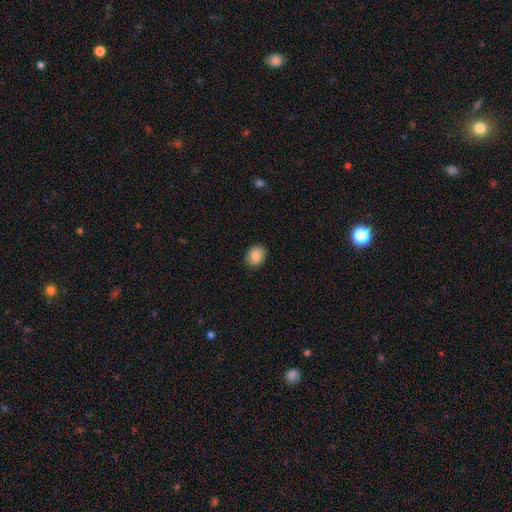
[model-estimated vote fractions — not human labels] smooth_or_featured: smooth (p=0.83) [alt: featured or disk p=0.10]
how_rounded: round (p=0.53) [alt: in between p=0.46]
merging: none (p=0.88) [alt: minor disturbance p=0.09]